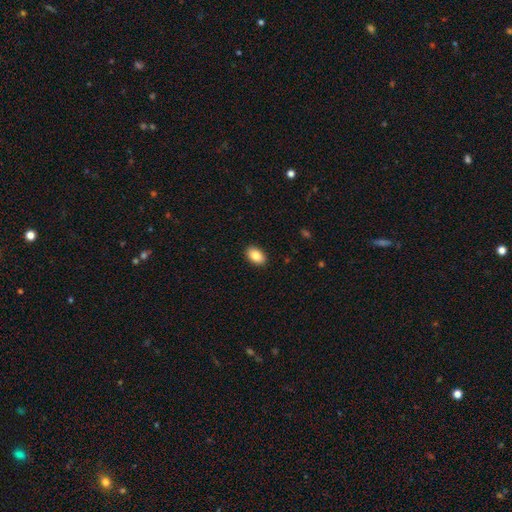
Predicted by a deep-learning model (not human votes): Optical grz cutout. It shows a smooth galaxy with no disk features (87%) that is in between round and cigar-shaped (92%). Merging: none (90%).